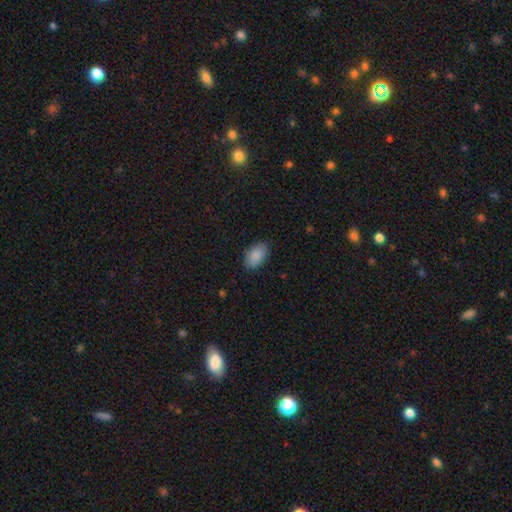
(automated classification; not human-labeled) Smooth or featured?
  - smooth: 89% *
  - star or artifact: 6%
  - featured or disk: 4%
How rounded?
  - in between: 93% *
  - round: 5%
  - cigar-shaped: 1%
Merging?
  - none: 85% *
  - minor disturbance: 12%
  - major disturbance: 3%
  - merger: 1%